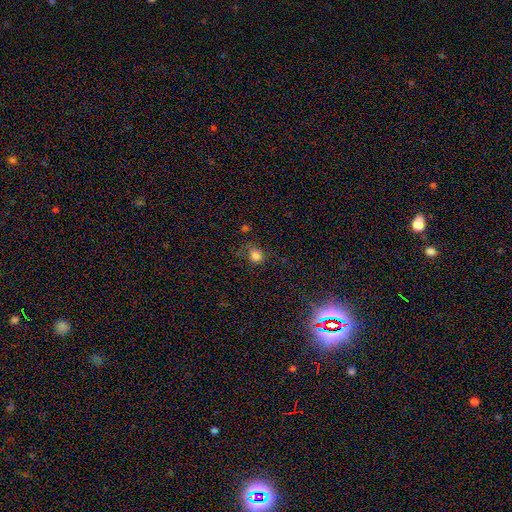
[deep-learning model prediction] Smooth or featured?
  - smooth: 78% *
  - star or artifact: 16%
  - featured or disk: 6%
How rounded?
  - round: 66% *
  - in between: 32%
  - cigar-shaped: 1%
Merging?
  - none: 63% *
  - minor disturbance: 23%
  - major disturbance: 10%
  - merger: 4%